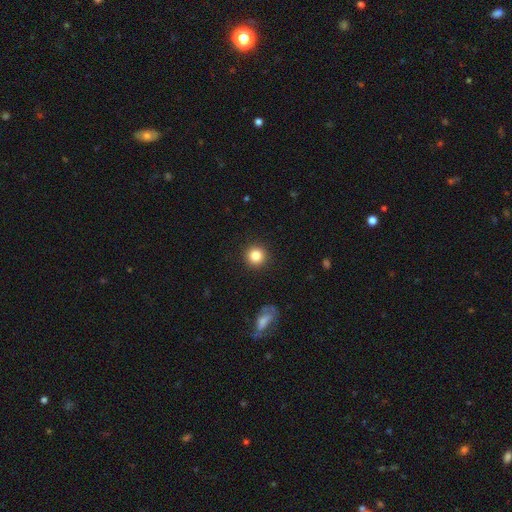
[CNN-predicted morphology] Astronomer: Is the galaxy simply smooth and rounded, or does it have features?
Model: smooth — 84%.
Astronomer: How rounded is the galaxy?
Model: round — 94%.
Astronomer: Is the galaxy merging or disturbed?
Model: none — 92%.